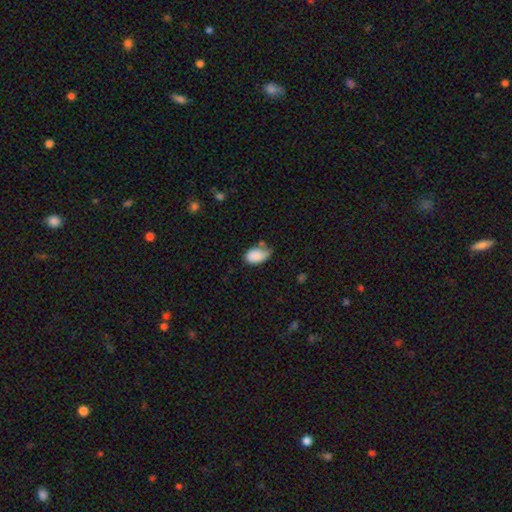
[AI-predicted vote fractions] Smooth or featured?
  - smooth: 86% *
  - star or artifact: 7%
  - featured or disk: 7%
How rounded?
  - in between: 90% *
  - round: 9%
  - cigar-shaped: 1%
Merging?
  - none: 44% *
  - minor disturbance: 37%
  - major disturbance: 11%
  - merger: 9%